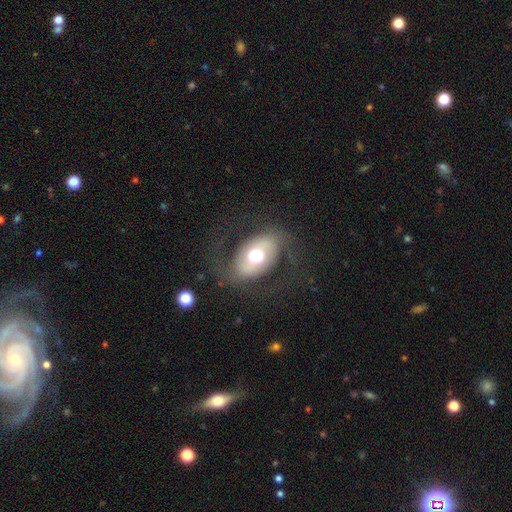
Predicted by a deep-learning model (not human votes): This appears to be a featured or disk galaxy (56%) with no bar (62%), spiral arms (56%) and a moderate central bulge (58%). Merging: none (68%).